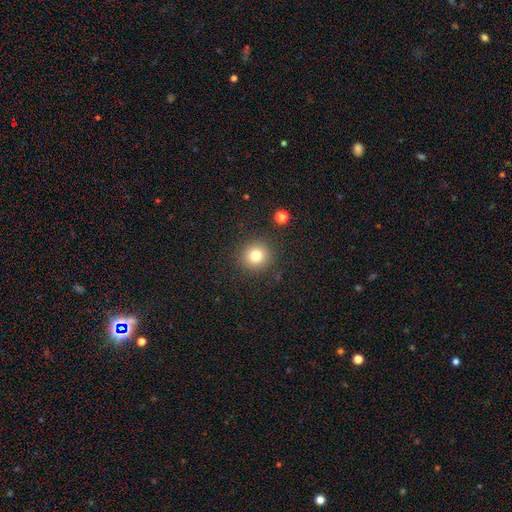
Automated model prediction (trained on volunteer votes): Q: Smooth or featured?
A: smooth (79%); runner-up: star or artifact (12%)
Q: How rounded?
A: round (92%); runner-up: in between (7%)
Q: Merging?
A: none (89%); runner-up: minor disturbance (7%)